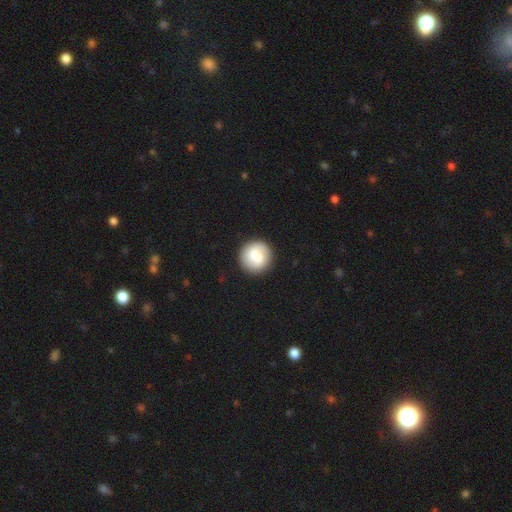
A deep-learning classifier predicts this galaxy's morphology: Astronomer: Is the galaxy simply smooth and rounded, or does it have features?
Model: smooth — 69%.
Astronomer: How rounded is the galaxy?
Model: round — 93%.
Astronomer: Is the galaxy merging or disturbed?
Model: none — 89%.